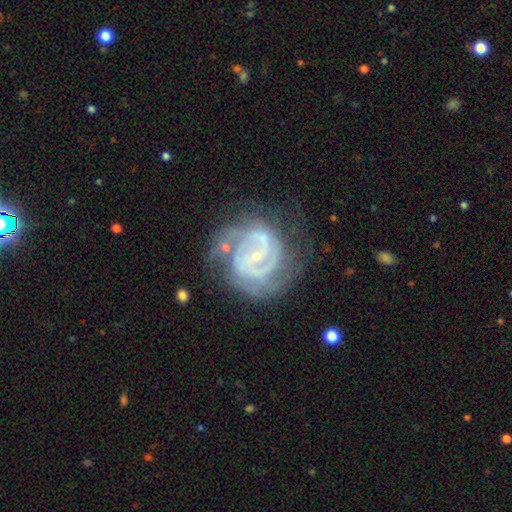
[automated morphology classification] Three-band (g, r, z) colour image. It shows a featured or disk galaxy (87%) with a weak bar (42%, tied with no), 2 (46%) tight (57%) spiral arms (96%) and a small central bulge (80%). Merging: none (62%).